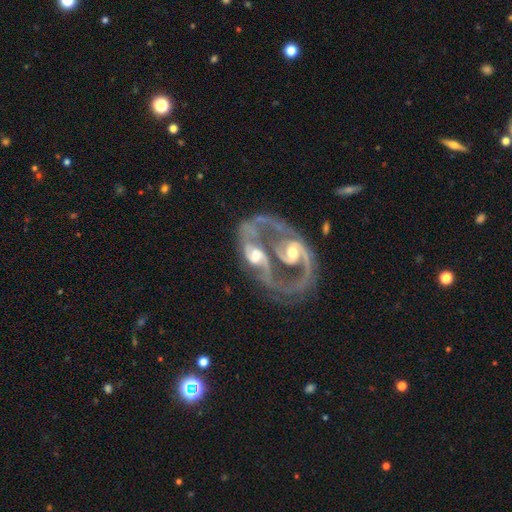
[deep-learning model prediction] featured or disk 86%, smooth 8%, star or artifact 6%. Down the decision tree: edge-on disk — no (97%); bar — no (44%); spiral arms — yes (91%); spiral arm count — 2 (68%); spiral winding — medium (42%, tied with loose); bulge size — moderate (65%); merging — merger (76%).